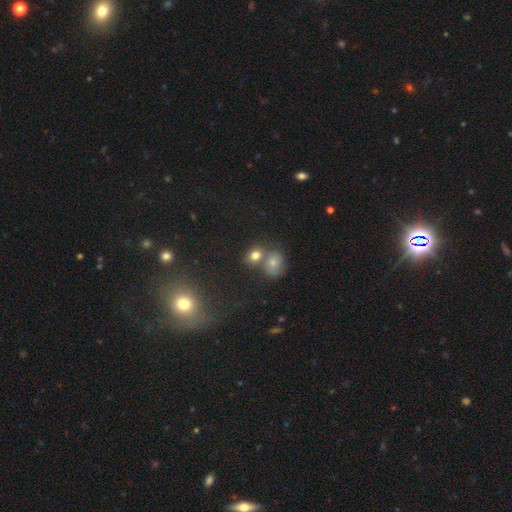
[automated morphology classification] Q: Smooth or featured?
A: smooth (73%); runner-up: star or artifact (15%)
Q: How rounded?
A: round (55%); runner-up: in between (43%)
Q: Merging?
A: none (48%); runner-up: merger (37%)